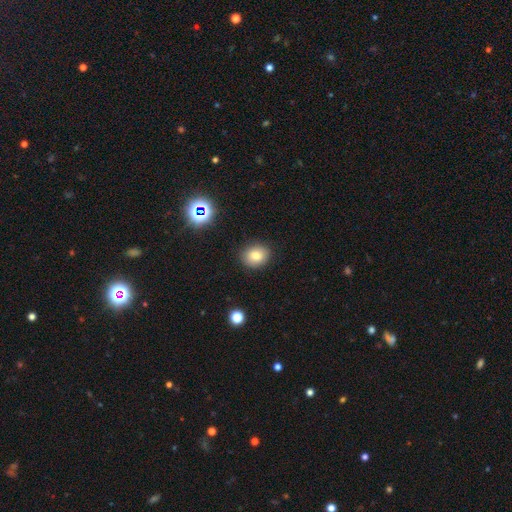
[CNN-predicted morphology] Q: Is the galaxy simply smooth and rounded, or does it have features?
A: smooth — 78%.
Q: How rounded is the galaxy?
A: round — 66%.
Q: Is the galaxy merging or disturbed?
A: none — 88%.